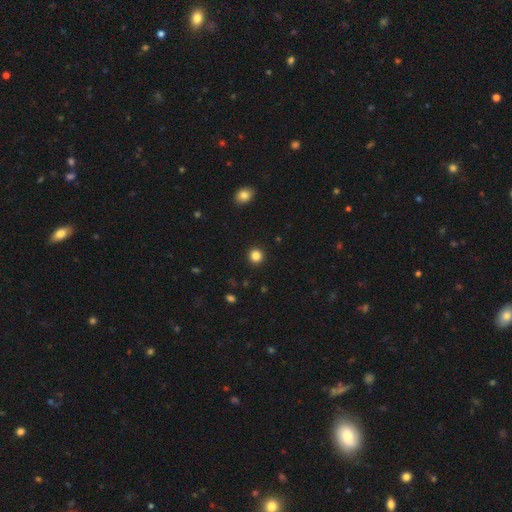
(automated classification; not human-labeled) Smooth or featured?
  - smooth: 84% *
  - star or artifact: 12%
  - featured or disk: 4%
How rounded?
  - round: 93% *
  - in between: 6%
  - cigar-shaped: 1%
Merging?
  - none: 92% *
  - minor disturbance: 5%
  - major disturbance: 2%
  - merger: 1%